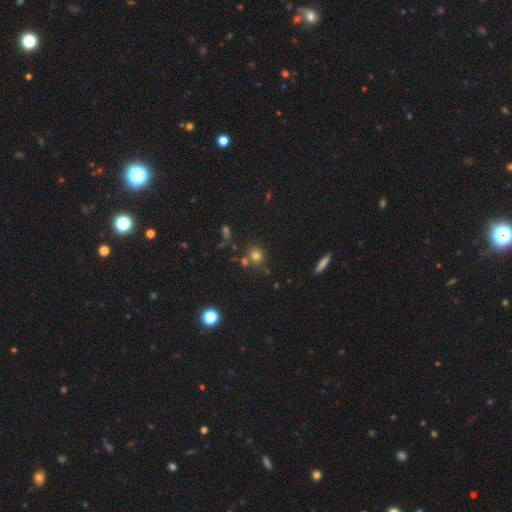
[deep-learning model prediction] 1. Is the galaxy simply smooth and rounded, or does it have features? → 74% smooth, 16% star or artifact, 9% featured or disk.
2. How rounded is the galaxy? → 81% round, 17% in between, 2% cigar-shaped.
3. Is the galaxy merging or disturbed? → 69% none, 16% merger, 11% minor disturbance, 4% major disturbance.